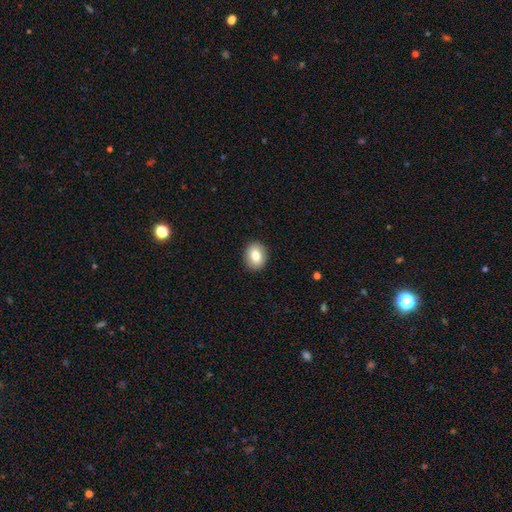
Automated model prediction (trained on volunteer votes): smooth_or_featured: smooth (p=0.80) [alt: featured or disk p=0.12]
how_rounded: round (p=0.57) [alt: in between p=0.42]
merging: none (p=0.90) [alt: minor disturbance p=0.07]